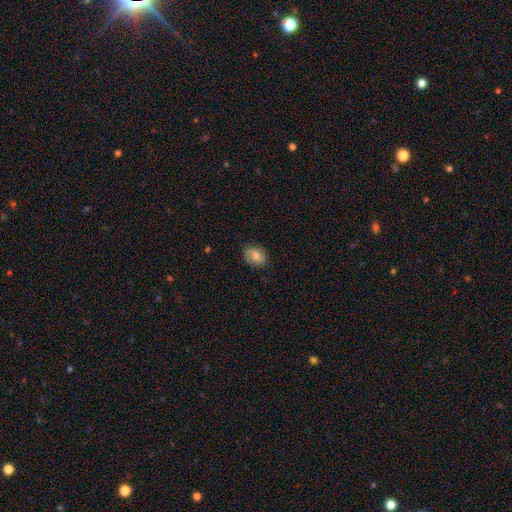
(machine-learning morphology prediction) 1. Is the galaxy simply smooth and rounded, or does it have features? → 66% smooth, 25% featured or disk, 9% star or artifact.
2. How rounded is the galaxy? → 56% in between, 43% round, 1% cigar-shaped.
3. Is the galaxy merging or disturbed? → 76% none, 18% minor disturbance, 5% major disturbance, 1% merger.